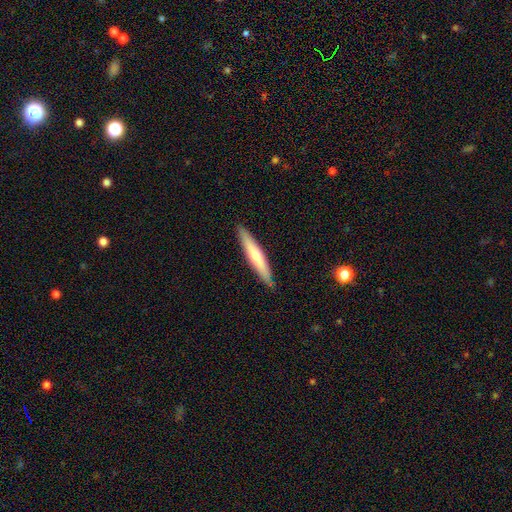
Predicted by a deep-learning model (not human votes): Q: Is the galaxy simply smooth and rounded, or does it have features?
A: smooth — 56%.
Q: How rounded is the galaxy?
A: cigar-shaped — 92%.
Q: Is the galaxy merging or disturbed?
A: none — 89%.